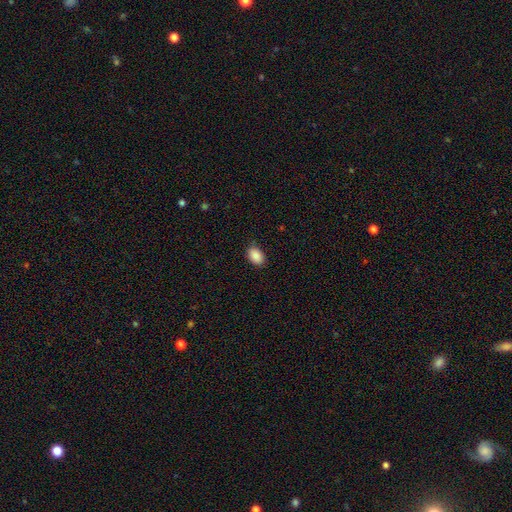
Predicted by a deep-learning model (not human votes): This is clearly a smooth galaxy (89%). How rounded: clearly in between (83%). Merging: clearly none (85%).